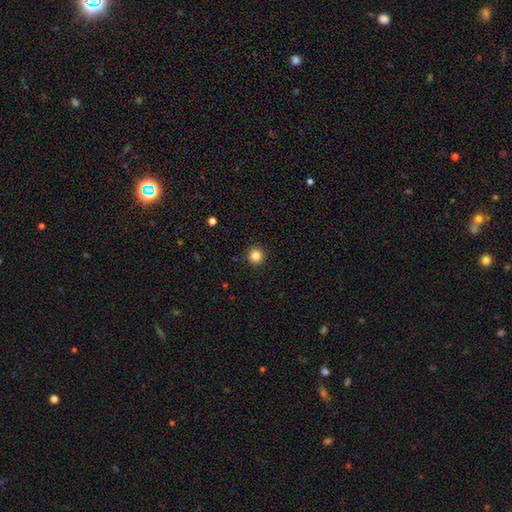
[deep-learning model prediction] Smooth or featured? smooth (85%)
How rounded? round (96%)
Merging? none (92%)